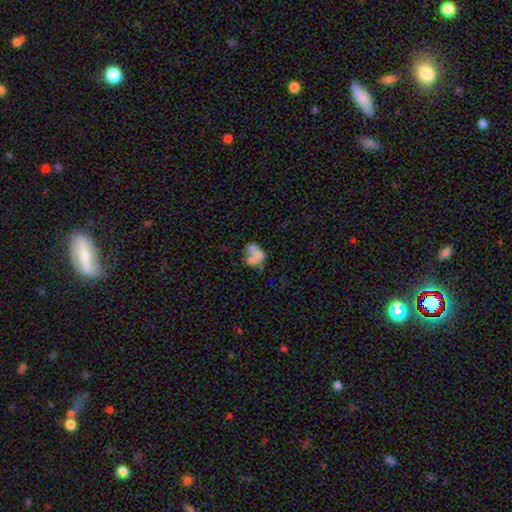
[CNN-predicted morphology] Smooth or featured: featured or disk — 44% (tied with smooth — 44%)
Merging: merger — 50% (none — 23%)